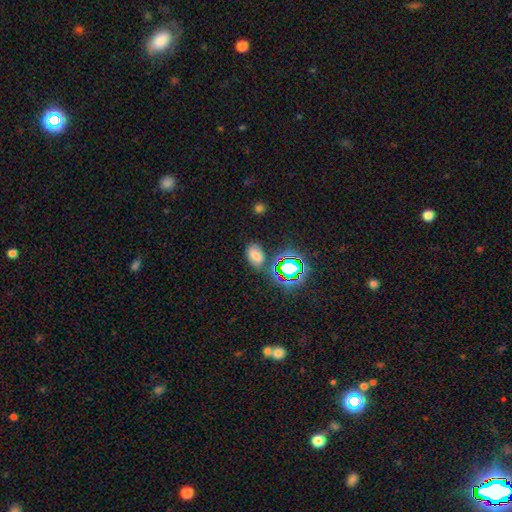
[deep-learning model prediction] smooth_or_featured: smooth (p=0.64) [alt: star or artifact p=0.26]
how_rounded: in between (p=0.85) [alt: round p=0.13]
merging: none (p=0.73) [alt: minor disturbance p=0.16]